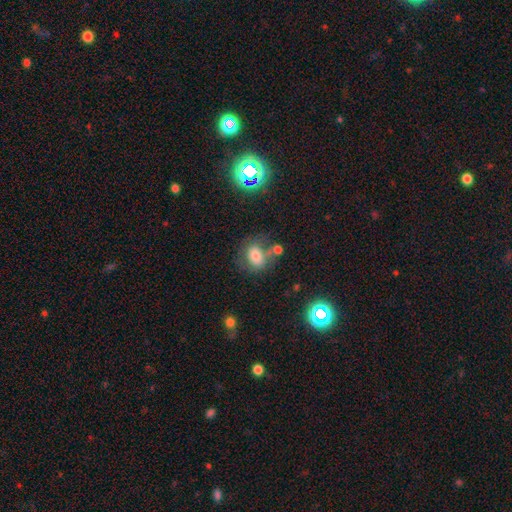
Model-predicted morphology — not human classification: smooth_or_featured: smooth (p=0.71) [alt: featured or disk p=0.15]
how_rounded: in between (p=0.58) [alt: round p=0.41]
merging: none (p=0.50) [alt: merger p=0.20]